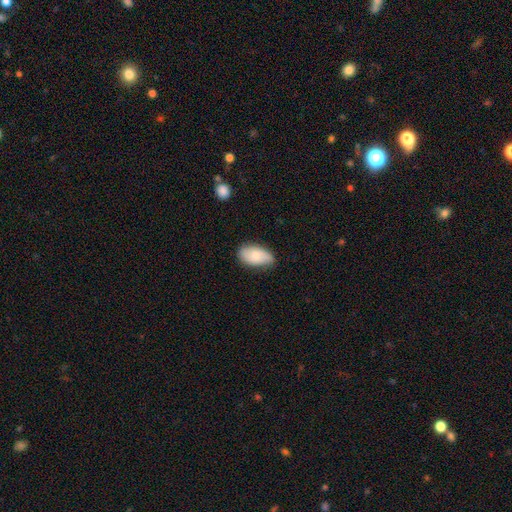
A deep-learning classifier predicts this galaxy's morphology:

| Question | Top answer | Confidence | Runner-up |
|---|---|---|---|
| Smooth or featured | smooth | 76% | featured or disk (17%) |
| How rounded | in between | 94% | round (4%) |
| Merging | none | 68% | minor disturbance (27%) |